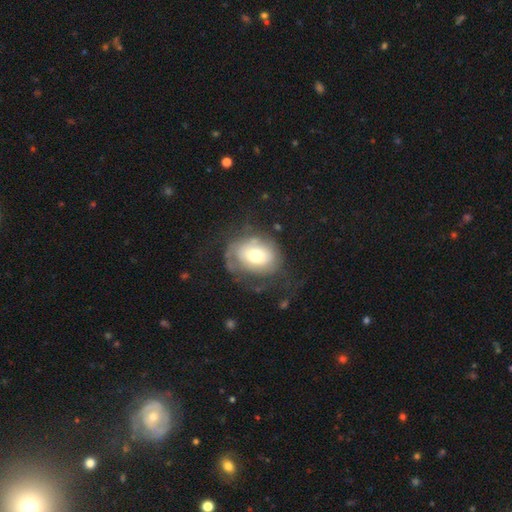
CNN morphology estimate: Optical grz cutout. It shows a smooth galaxy with no disk features (51%) that is in between round and cigar-shaped (51%). Merging: none (49%).